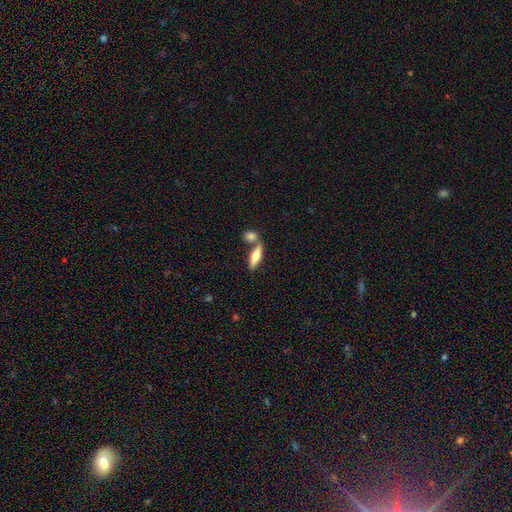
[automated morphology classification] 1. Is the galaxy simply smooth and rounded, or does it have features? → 59% smooth, 35% featured or disk, 6% star or artifact.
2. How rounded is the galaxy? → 55% cigar-shaped, 41% in between, 4% round.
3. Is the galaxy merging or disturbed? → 58% none, 29% merger, 9% minor disturbance, 3% major disturbance.